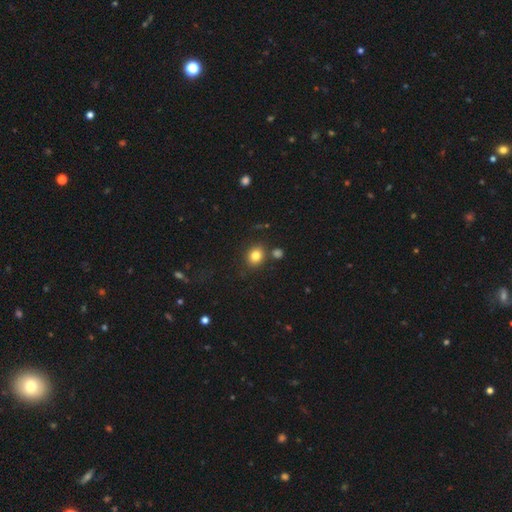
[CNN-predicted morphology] Smooth or featured: smooth — 81% (star or artifact — 11%)
How rounded: round — 64% (in between — 35%)
Merging: none — 79% (minor disturbance — 10%)